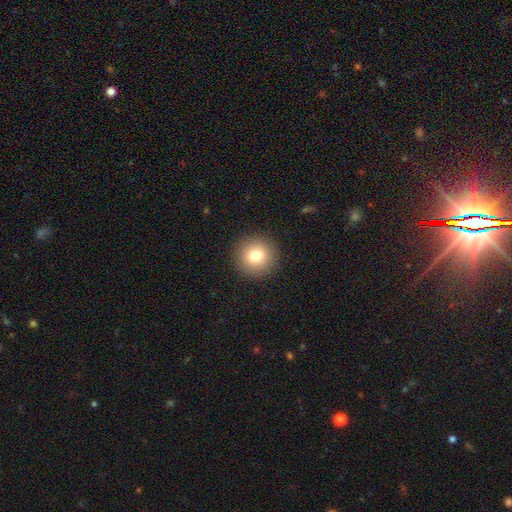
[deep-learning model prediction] This is likely a smooth galaxy (79%). How rounded: clearly round (95%). Merging: clearly none (92%).